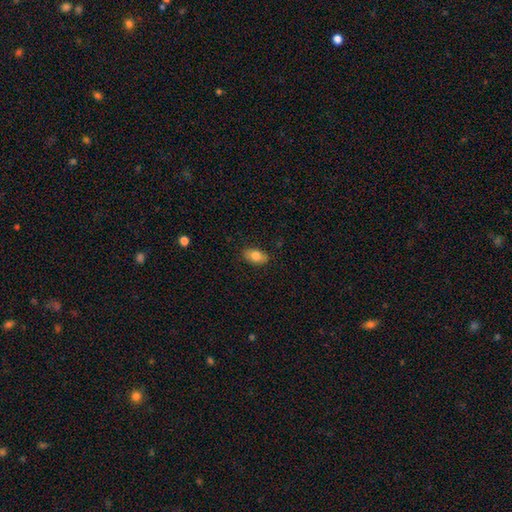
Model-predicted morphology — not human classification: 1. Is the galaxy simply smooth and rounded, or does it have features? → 79% smooth, 14% featured or disk, 7% star or artifact.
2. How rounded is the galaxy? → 90% in between, 7% round, 3% cigar-shaped.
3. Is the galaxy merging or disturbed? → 85% none, 11% minor disturbance, 2% major disturbance, 1% merger.